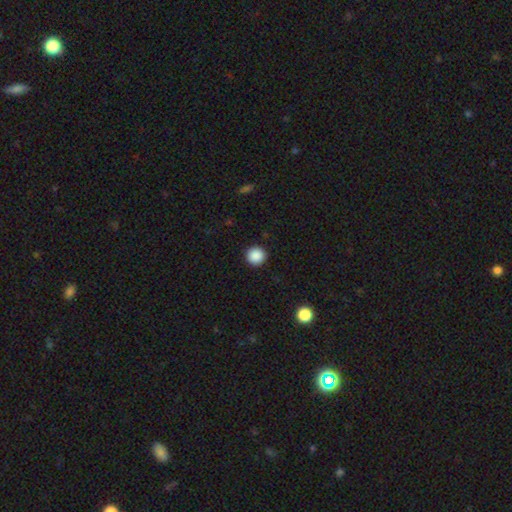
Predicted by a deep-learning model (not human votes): smooth-or-featured: smooth: 88% | star or artifact: 9% | featured or disk: 2%
  how-rounded: round: 96% | in between: 3% | cigar-shaped: 1%
  merging: none: 93% | minor disturbance: 4% | major disturbance: 2% | merger: 1%